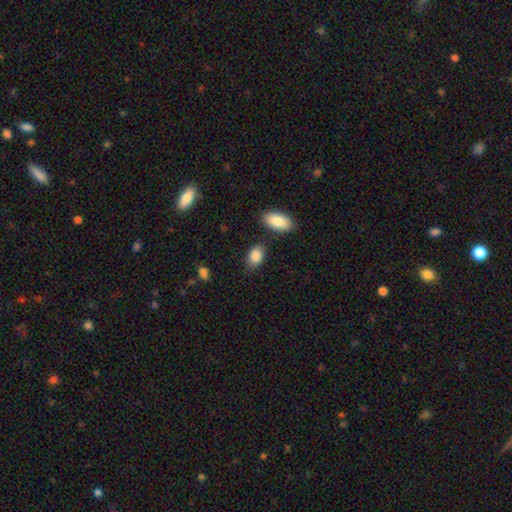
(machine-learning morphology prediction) The model was most divided on "merging": none: 77%, minor disturbance: 14%, merger: 6%, major disturbance: 3%. More confident: how rounded — in between (90%); smooth or featured — smooth (87%).